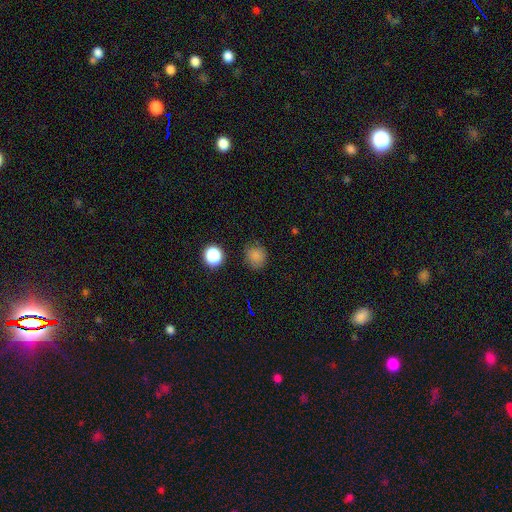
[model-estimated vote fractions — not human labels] A smooth galaxy with no disk features (79%) that is round (84%).

Vote fractions:
- Smooth or featured? smooth: 79% / star or artifact: 16% / featured or disk: 5%
- How rounded? round: 84% / in between: 15% / cigar-shaped: 1%
- Merging? none: 80% / minor disturbance: 15% / major disturbance: 4% / merger: 2%